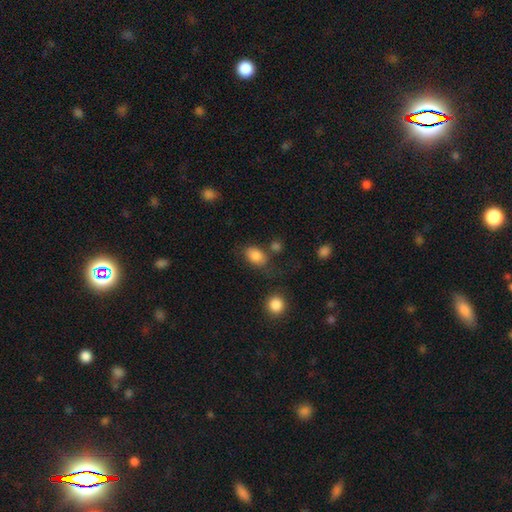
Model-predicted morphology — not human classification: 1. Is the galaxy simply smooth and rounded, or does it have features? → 85% smooth, 9% star or artifact, 6% featured or disk.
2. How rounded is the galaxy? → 81% in between, 17% round, 1% cigar-shaped.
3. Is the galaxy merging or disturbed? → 66% none, 17% minor disturbance, 10% merger, 7% major disturbance.